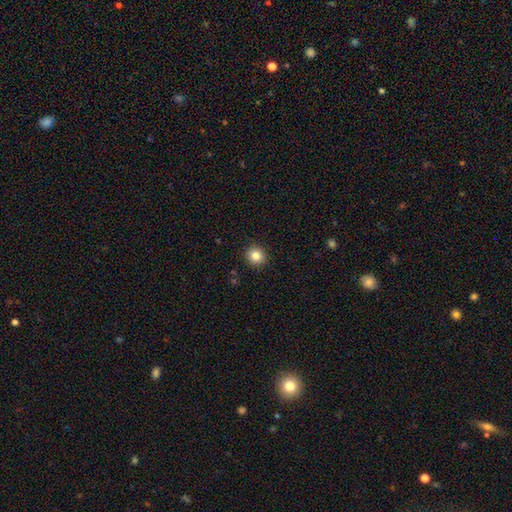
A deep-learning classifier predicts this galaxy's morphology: type=smooth (84%); roundness=round (89%); merging=none (91%).